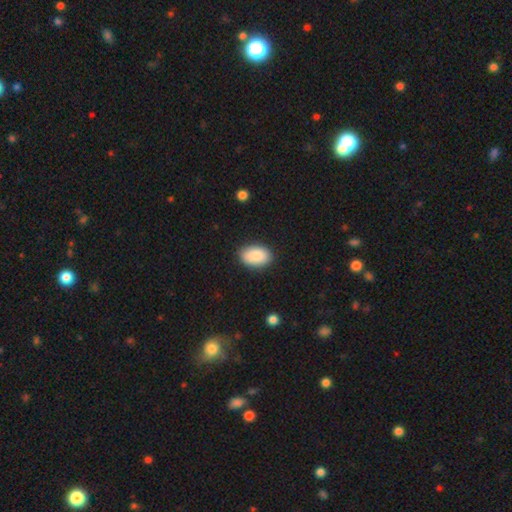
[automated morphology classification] Smooth or featured: smooth — 90% (star or artifact — 6%)
How rounded: in between — 92% (round — 7%)
Merging: none — 86% (minor disturbance — 10%)